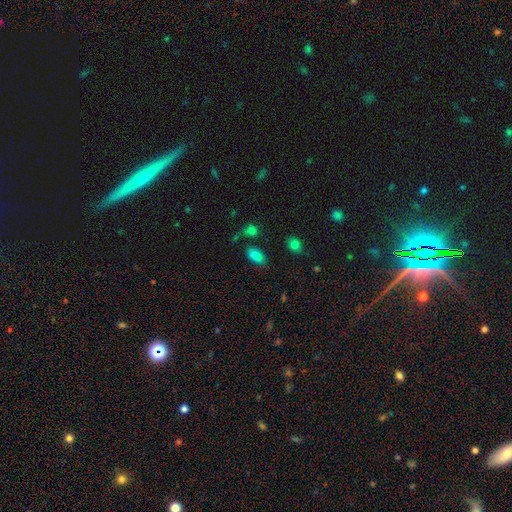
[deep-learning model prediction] Smooth or featured? smooth (82%)
How rounded? in between (92%)
Merging? none (71%)